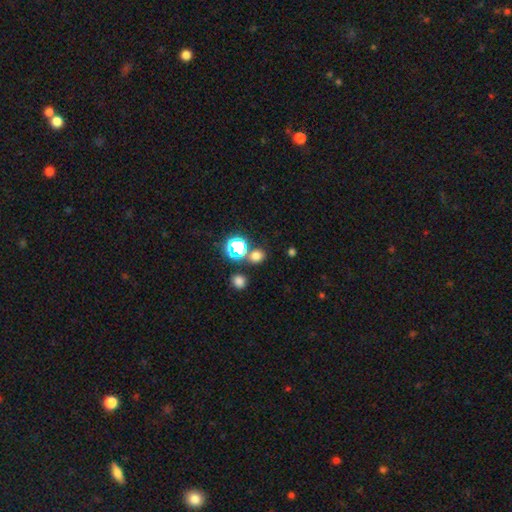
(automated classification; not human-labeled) Smooth or featured?
  - smooth: 69% *
  - star or artifact: 25%
  - featured or disk: 6%
How rounded?
  - round: 75% *
  - in between: 24%
  - cigar-shaped: 1%
Merging?
  - none: 75% *
  - merger: 14%
  - minor disturbance: 8%
  - major disturbance: 3%